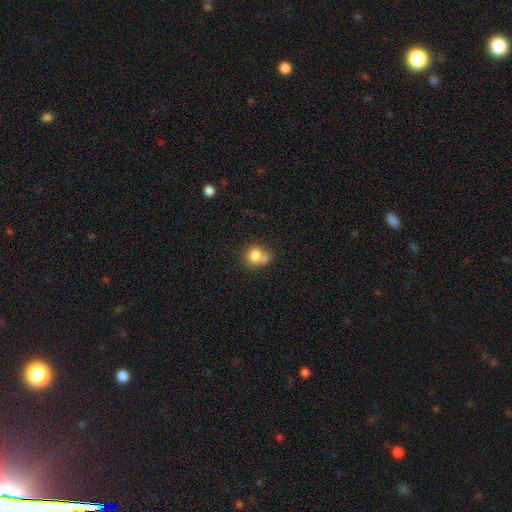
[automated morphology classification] A smooth galaxy with no disk features (78%) that is round (74%).

Vote fractions:
- Smooth or featured? smooth: 78% / featured or disk: 11% / star or artifact: 10%
- How rounded? round: 74% / in between: 25% / cigar-shaped: 1%
- Merging? none: 42% / merger: 30% / minor disturbance: 20% / major disturbance: 8%